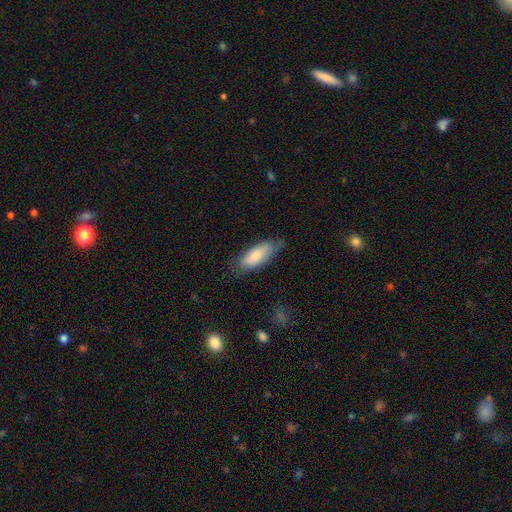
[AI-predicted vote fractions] Overall: smooth (73%). How rounded: in between (77%). Merging: none (68%).